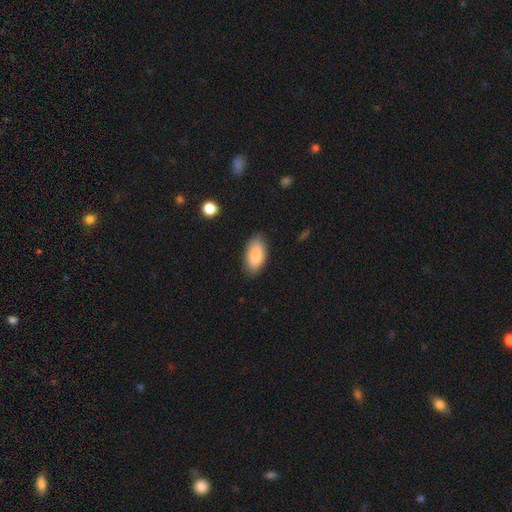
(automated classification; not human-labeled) Overall: smooth (84%). How rounded: in between (93%). Merging: none (84%).